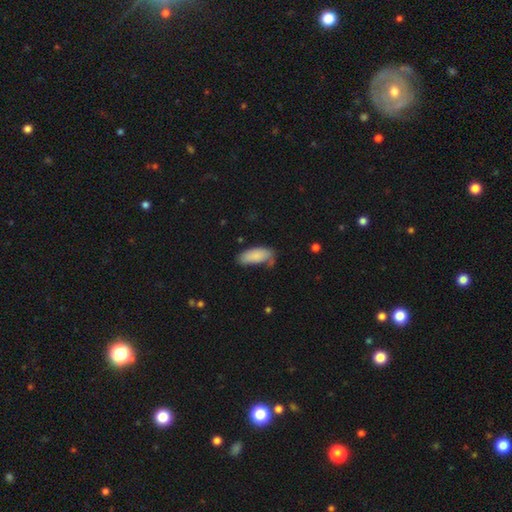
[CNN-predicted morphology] smooth_or_featured: smooth (p=0.86) [alt: featured or disk p=0.08]
how_rounded: in between (p=0.84) [alt: cigar-shaped p=0.15]
merging: none (p=0.55) [alt: minor disturbance p=0.28]